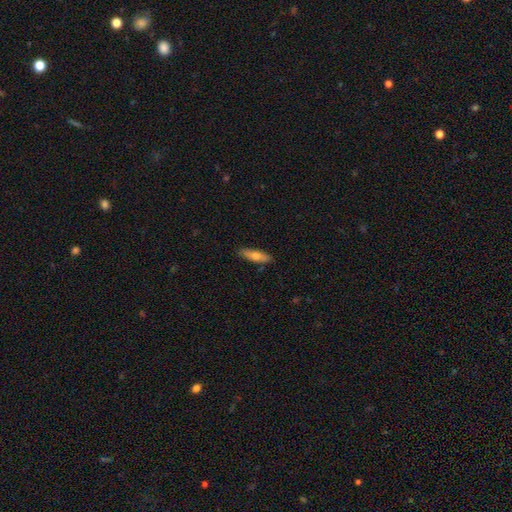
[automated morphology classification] smooth_or_featured: smooth (p=0.64) [alt: featured or disk p=0.30]
how_rounded: cigar-shaped (p=0.61) [alt: in between p=0.37]
merging: none (p=0.87) [alt: minor disturbance p=0.10]